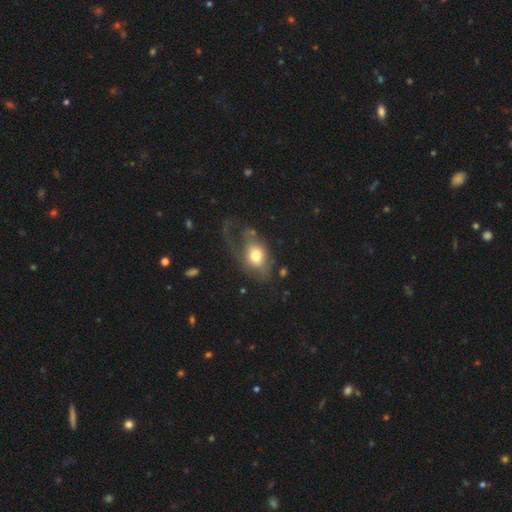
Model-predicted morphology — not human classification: smooth 56%, featured or disk 37%, star or artifact 8%. Down the decision tree: how rounded — in between (70%); merging — major disturbance (51%).